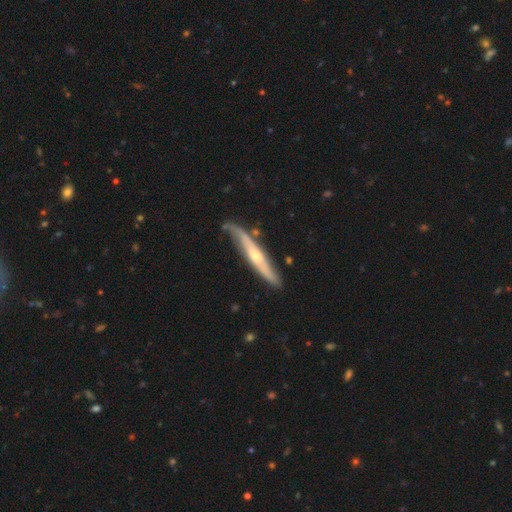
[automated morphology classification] featured or disk 69%, smooth 26%, star or artifact 5%. Down the decision tree: edge-on disk — yes (79%); edge-on bulge — rounded (73%); merging — none (67%).